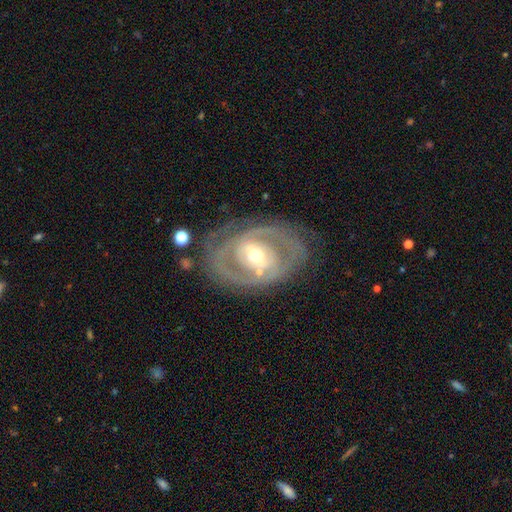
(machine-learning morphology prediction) A featured or disk galaxy (82%) with no bar (39%), 2 (59%) tight (55%) spiral arms (73%) and a moderate central bulge (64%). Merging: none (70%).